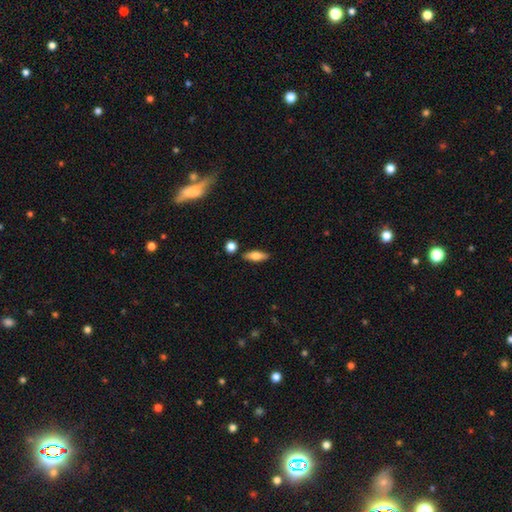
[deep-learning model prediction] Morphology: type=smooth (65%); roundness=in between (64%); merging=none (84%).